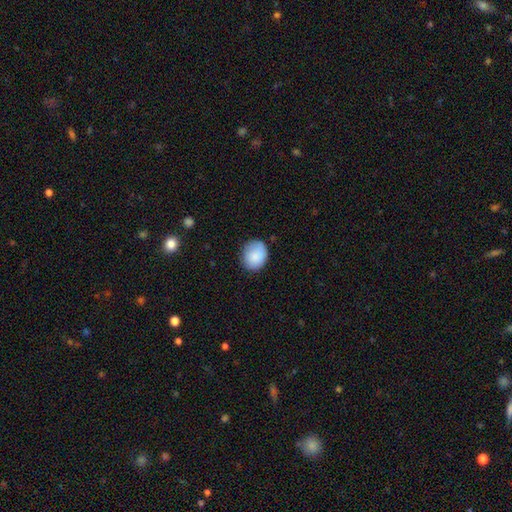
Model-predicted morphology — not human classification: type=smooth (87%); roundness=round (61%); merging=none (78%).